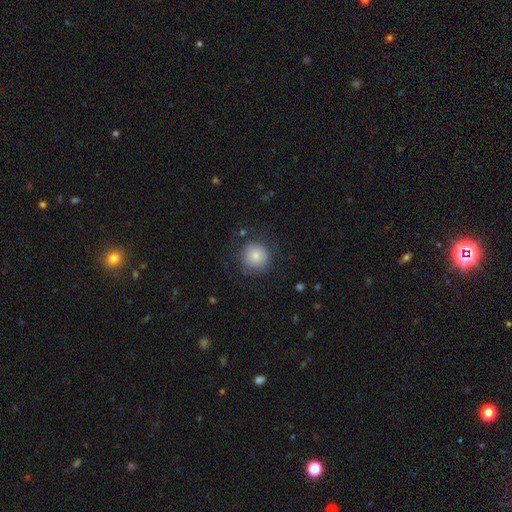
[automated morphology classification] smooth-or-featured: smooth: 79% | featured or disk: 12% | star or artifact: 9%
  how-rounded: round: 94% | in between: 5% | cigar-shaped: 1%
  merging: none: 78% | minor disturbance: 14% | major disturbance: 7% | merger: 1%